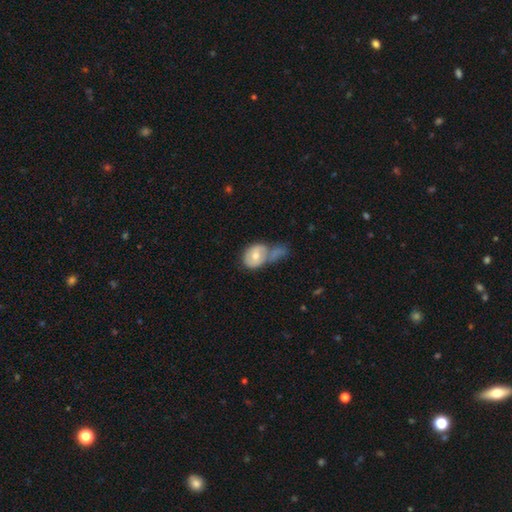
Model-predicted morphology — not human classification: A smooth galaxy with no disk features (62%) that is in between round and cigar-shaped (66%).

Vote fractions:
- Smooth or featured? smooth: 62% / featured or disk: 32% / star or artifact: 6%
- How rounded? in between: 66% / round: 33% / cigar-shaped: 1%
- Merging? merger: 40% / none: 22% / major disturbance: 20% / minor disturbance: 19%